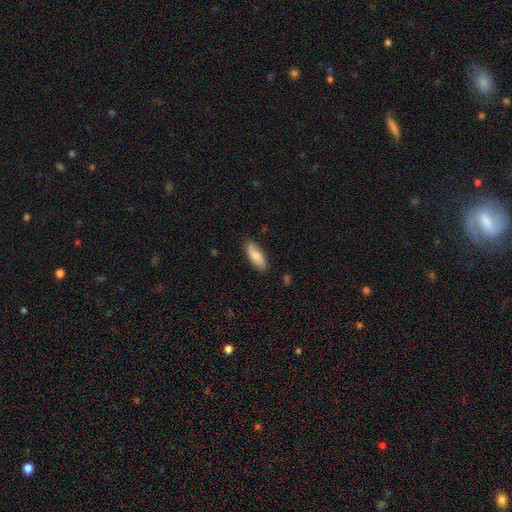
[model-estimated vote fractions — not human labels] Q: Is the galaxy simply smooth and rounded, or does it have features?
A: smooth — 80%.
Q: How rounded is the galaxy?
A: in between — 70%.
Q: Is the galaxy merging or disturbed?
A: none — 84%.